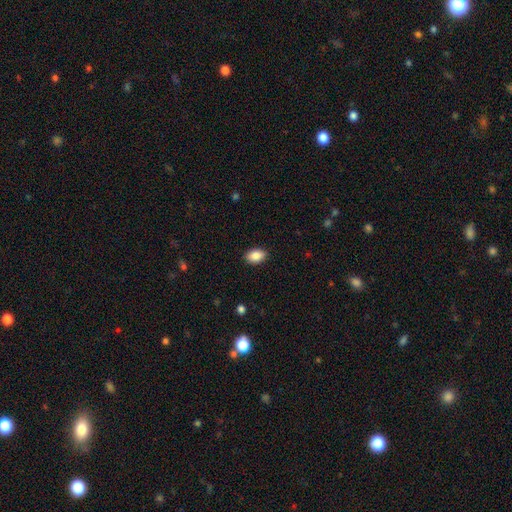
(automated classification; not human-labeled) This is clearly a smooth galaxy (87%). How rounded: clearly in between (88%). Merging: clearly none (89%).